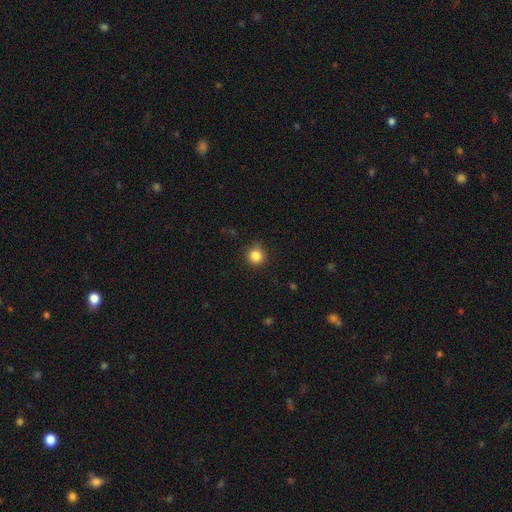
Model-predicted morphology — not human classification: This appears to be a smooth galaxy with no disk features (85%) that is round (93%). Merging: none (88%).